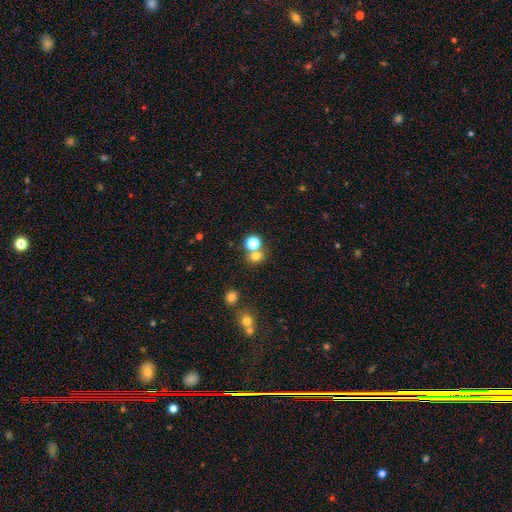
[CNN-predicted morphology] A smooth galaxy with no disk features (69%) that is round (78%).

Vote fractions:
- Smooth or featured? smooth: 69% / star or artifact: 22% / featured or disk: 8%
- How rounded? round: 78% / in between: 21% / cigar-shaped: 1%
- Merging? none: 60% / merger: 29% / minor disturbance: 8% / major disturbance: 4%